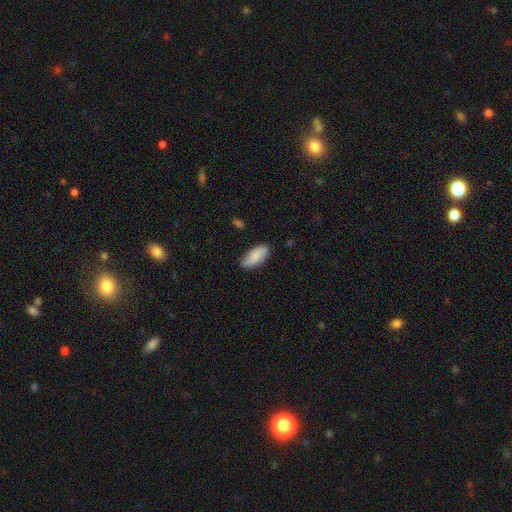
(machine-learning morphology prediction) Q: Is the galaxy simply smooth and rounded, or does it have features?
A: smooth — 80%.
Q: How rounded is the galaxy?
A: in between — 90%.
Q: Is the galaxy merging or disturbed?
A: none — 78%.